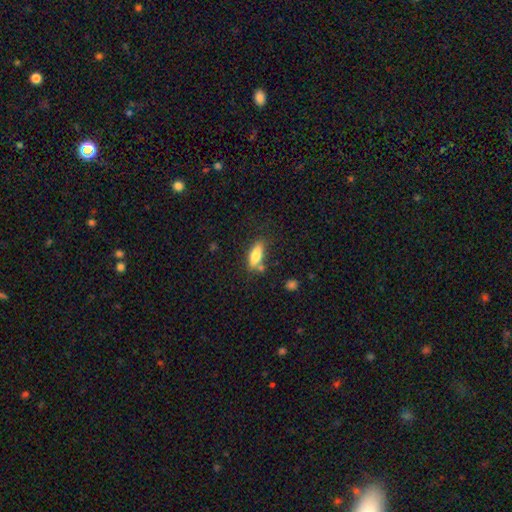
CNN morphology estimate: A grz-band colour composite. It shows a smooth galaxy with no disk features (78%) that is in between round and cigar-shaped (66%). Merging: none (65%).